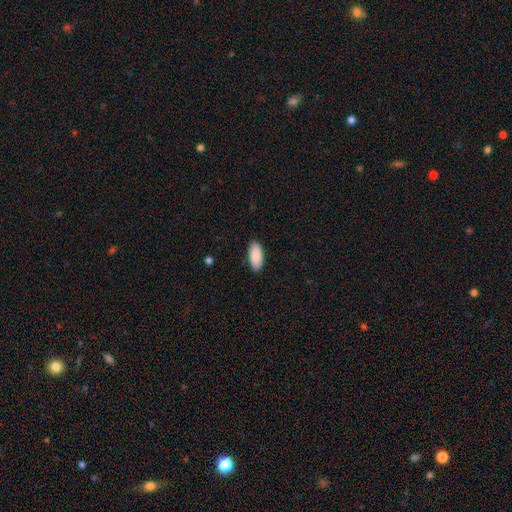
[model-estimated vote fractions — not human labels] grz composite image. It shows a smooth galaxy with no disk features (91%) that is in between round and cigar-shaped (92%). Merging: none (89%).